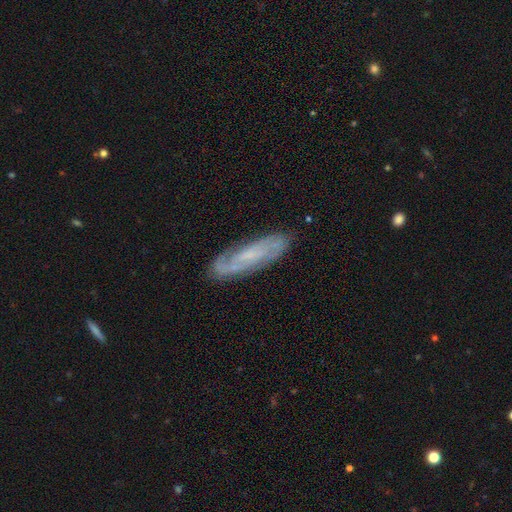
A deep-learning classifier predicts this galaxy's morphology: Overall: featured or disk (63%; smooth 27%). Edge-on disk: no (69%; yes 31%). Merging: none (82%).